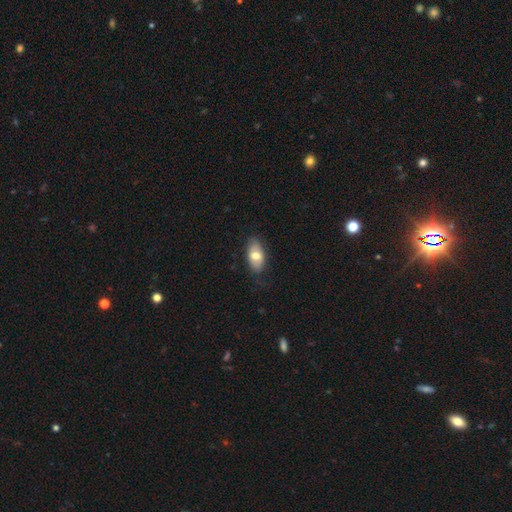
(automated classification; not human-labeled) Smooth or featured?
  - smooth: 70% *
  - featured or disk: 23%
  - star or artifact: 6%
How rounded?
  - in between: 93% *
  - round: 4%
  - cigar-shaped: 3%
Merging?
  - none: 78% *
  - minor disturbance: 17%
  - major disturbance: 3%
  - merger: 1%